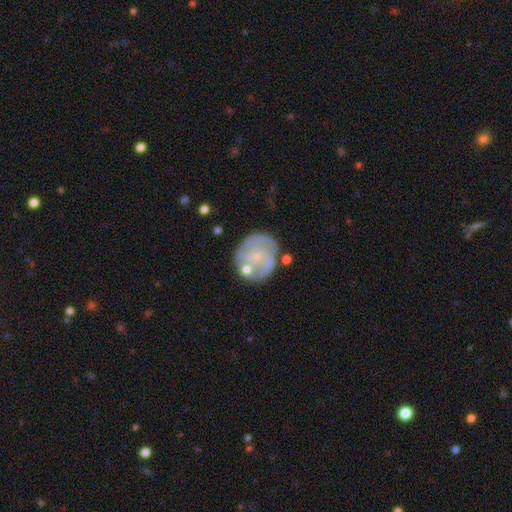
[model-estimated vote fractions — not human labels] Smooth or featured?
  - featured or disk: 72% *
  - smooth: 21%
  - star or artifact: 7%
Edge-on disk?
  - no: 98% *
  - yes: 2%
Bar?
  - no: 68% *
  - weak: 27%
  - strong: 5%
Spiral arms?
  - yes: 81% *
  - no: 19%
Spiral winding?
  - tight: 55% *
  - medium: 33%
  - loose: 12%
Spiral arm count?
  - can't tell: 34% *
  - 2: 31%
  - 3: 19%
  - 4: 6%
  - 1: 5%
  - more than 4: 4%
Bulge size?
  - small: 76% *
  - moderate: 12%
  - none: 10%
  - large: 1%
  - dominant: 1%
Merging?
  - none: 65% *
  - minor disturbance: 18%
  - merger: 9%
  - major disturbance: 8%